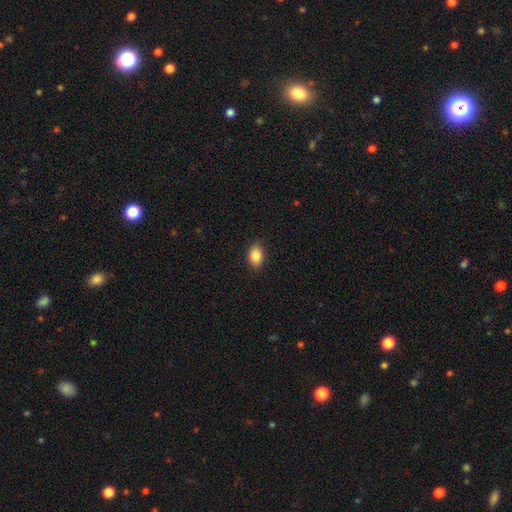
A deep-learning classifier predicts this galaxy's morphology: A smooth galaxy with no disk features (87%) that is in between round and cigar-shaped (77%).

Vote fractions:
- Smooth or featured? smooth: 87% / star or artifact: 8% / featured or disk: 5%
- How rounded? in between: 77% / round: 21% / cigar-shaped: 1%
- Merging? none: 87% / minor disturbance: 10% / major disturbance: 2% / merger: 1%